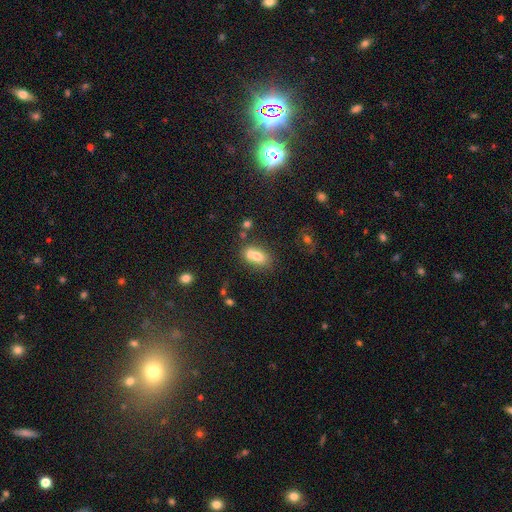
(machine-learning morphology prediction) Smooth or featured?
  - smooth: 70% *
  - featured or disk: 19%
  - star or artifact: 11%
How rounded?
  - in between: 75% *
  - round: 20%
  - cigar-shaped: 5%
Merging?
  - merger: 52% *
  - none: 33%
  - minor disturbance: 11%
  - major disturbance: 5%